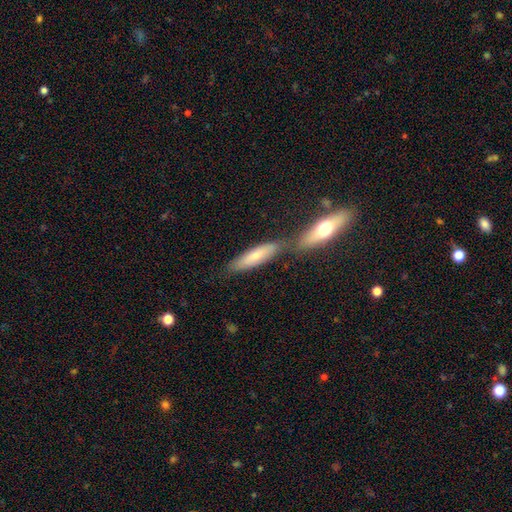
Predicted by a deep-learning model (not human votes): smooth 67%, featured or disk 27%, star or artifact 6%. Down the decision tree: how rounded — cigar-shaped (67%); merging — none (54%).